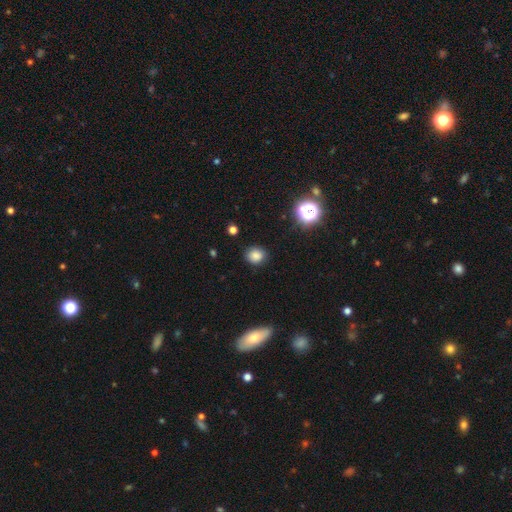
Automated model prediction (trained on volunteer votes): Overall: smooth (81%). How rounded: round (69%; in between 30%). Merging: none (84%).